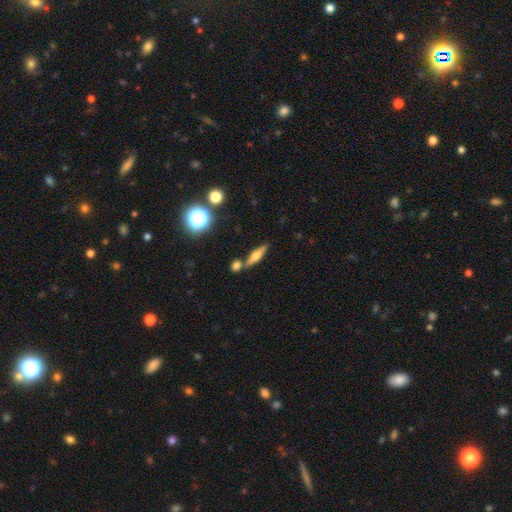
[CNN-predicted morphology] A featured or disk galaxy (47%).

Vote fractions:
- Smooth or featured? featured or disk: 47% / smooth: 42% / star or artifact: 11%
- Merging? none: 72% / merger: 15% / minor disturbance: 10% / major disturbance: 3%